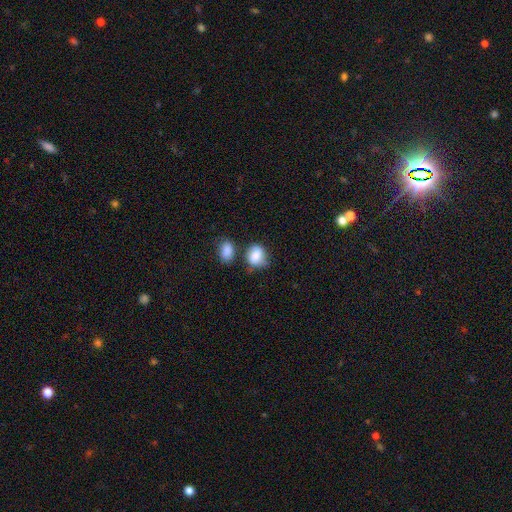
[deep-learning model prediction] A smooth galaxy with no disk features (82%) that is in between round and cigar-shaped (50%).

Vote fractions:
- Smooth or featured? smooth: 82% / featured or disk: 10% / star or artifact: 8%
- How rounded? in between: 50% / round: 49% / cigar-shaped: 1%
- Merging? none: 50% / minor disturbance: 25% / merger: 17% / major disturbance: 8%